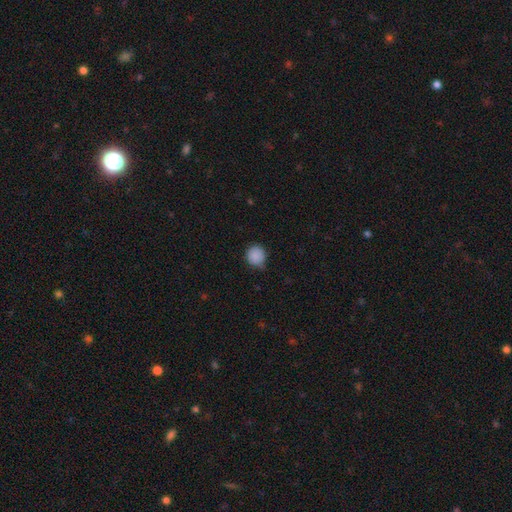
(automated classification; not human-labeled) The model was most divided on "merging": none: 71%, minor disturbance: 24%, major disturbance: 4%, merger: 1%. More confident: how rounded — round (89%); smooth or featured — smooth (88%).